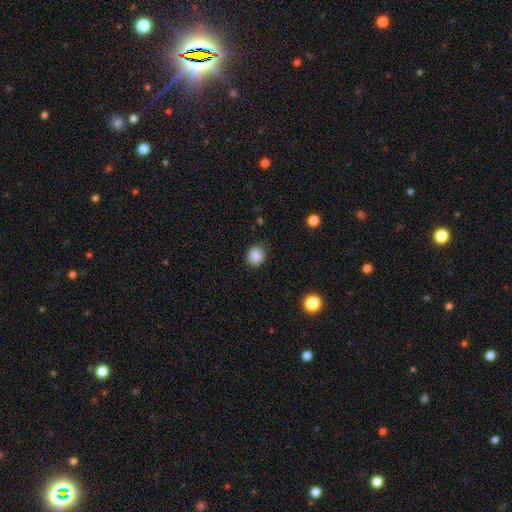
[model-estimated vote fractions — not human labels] Smooth or featured: smooth — 87% (star or artifact — 9%)
How rounded: round — 74% (in between — 25%)
Merging: none — 85% (minor disturbance — 11%)